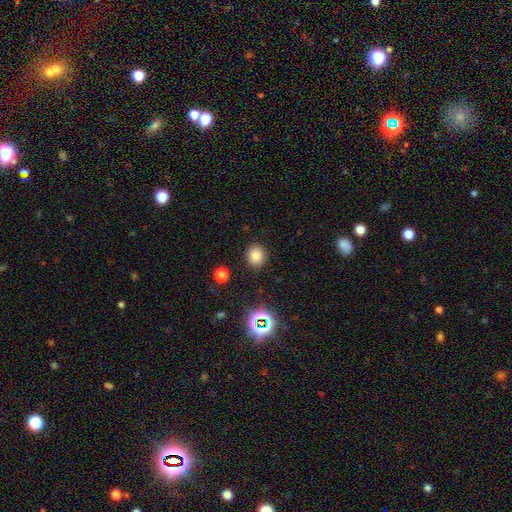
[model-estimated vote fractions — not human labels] Morphology: type=smooth (79%); roundness=round (78%); merging=none (89%).